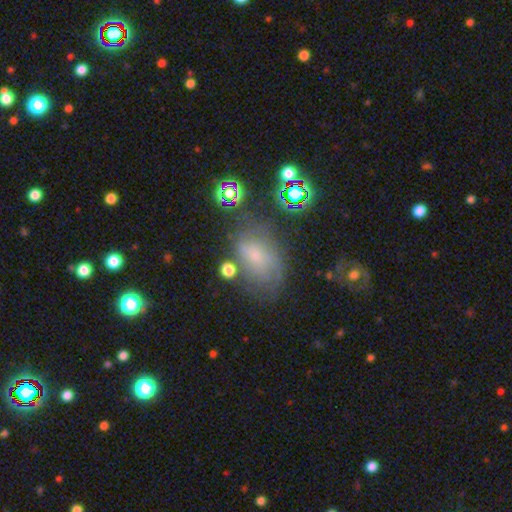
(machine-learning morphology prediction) A smooth galaxy with no disk features (45%). Merging: none (48%).